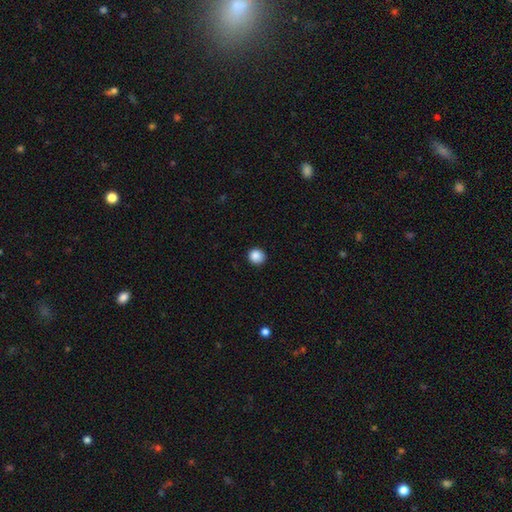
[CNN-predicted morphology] type=smooth (87%); roundness=round (92%); merging=none (90%).